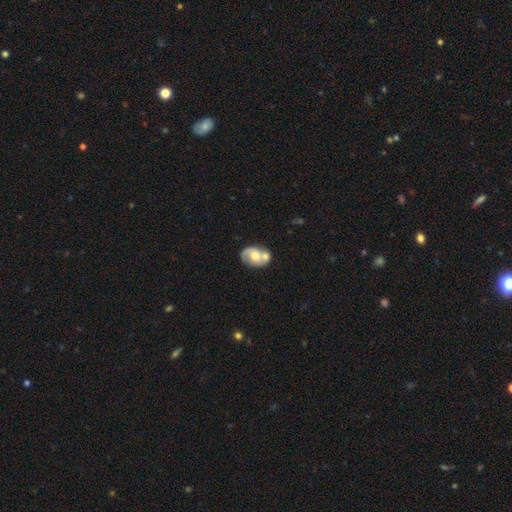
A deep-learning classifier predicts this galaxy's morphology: Smooth or featured?
  - featured or disk: 57% *
  - smooth: 37%
  - star or artifact: 6%
Edge-on disk?
  - no: 97% *
  - yes: 3%
Bar?
  - no: 68% *
  - weak: 26%
  - strong: 6%
Spiral arms?
  - yes: 72% *
  - no: 28%
Bulge size?
  - moderate: 64% *
  - small: 21%
  - large: 10%
  - none: 3%
  - dominant: 2%
Merging?
  - merger: 44% *
  - none: 34%
  - minor disturbance: 15%
  - major disturbance: 6%